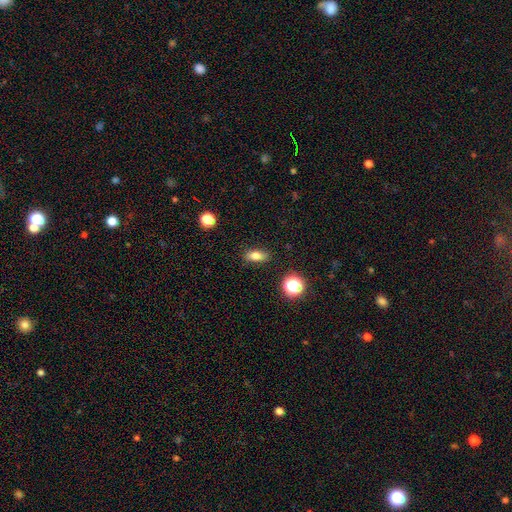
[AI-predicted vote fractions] This appears to be a smooth galaxy with no disk features (79%) that is in between round and cigar-shaped (78%). Merging: none (87%).